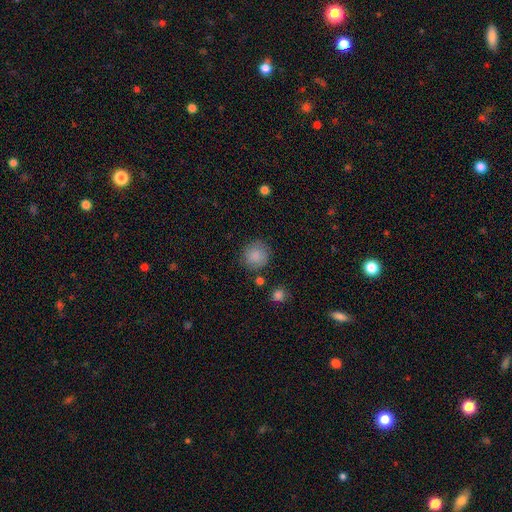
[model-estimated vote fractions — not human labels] Smooth or featured: smooth — 82% (featured or disk — 10%)
How rounded: round — 91% (in between — 8%)
Merging: none — 80% (minor disturbance — 13%)